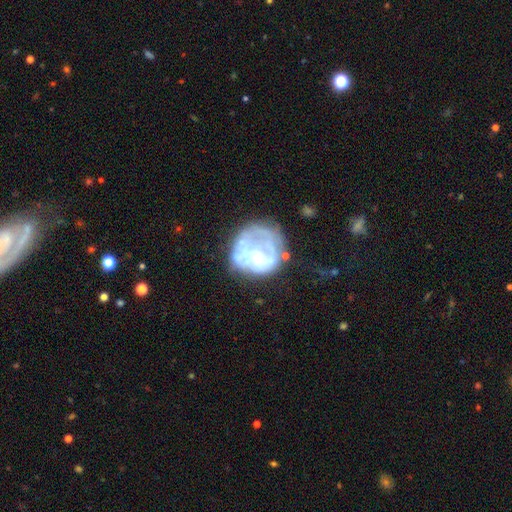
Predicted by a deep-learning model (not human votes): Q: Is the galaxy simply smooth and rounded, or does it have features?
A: featured or disk — 60%.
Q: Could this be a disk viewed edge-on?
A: no — 98%.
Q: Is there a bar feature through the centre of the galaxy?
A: no — 78%.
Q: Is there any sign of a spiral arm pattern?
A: no — 68%.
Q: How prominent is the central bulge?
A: small — 39%.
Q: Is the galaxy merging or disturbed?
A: none — 44%.